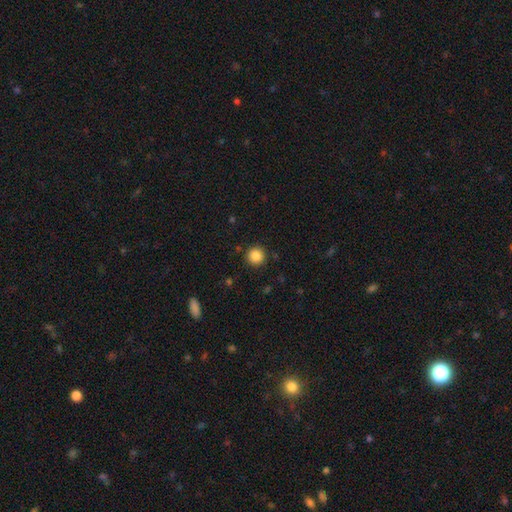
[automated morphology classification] Overall: smooth (86%). How rounded: round (95%). Merging: none (90%).